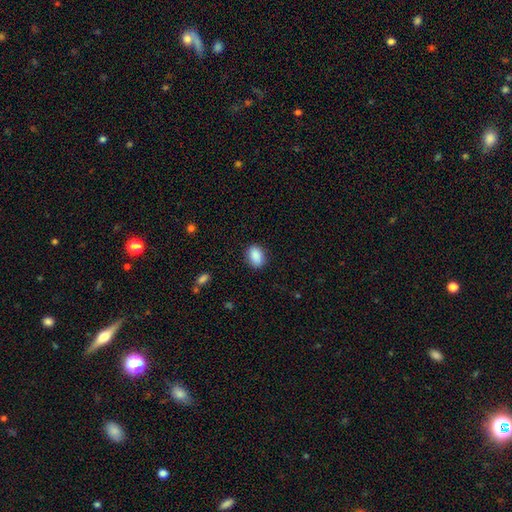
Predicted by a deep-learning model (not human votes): Smooth or featured?
  - smooth: 89% *
  - star or artifact: 7%
  - featured or disk: 4%
How rounded?
  - in between: 82% *
  - round: 16%
  - cigar-shaped: 2%
Merging?
  - none: 87% *
  - minor disturbance: 10%
  - major disturbance: 3%
  - merger: 1%